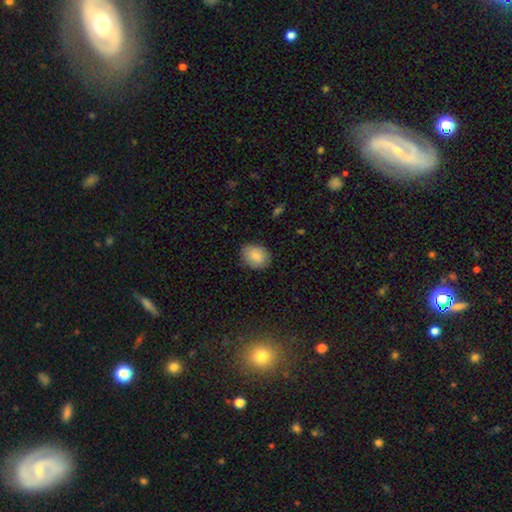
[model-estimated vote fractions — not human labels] A smooth galaxy with no disk features (86%) that is in between round and cigar-shaped (65%). Merging: none (83%).